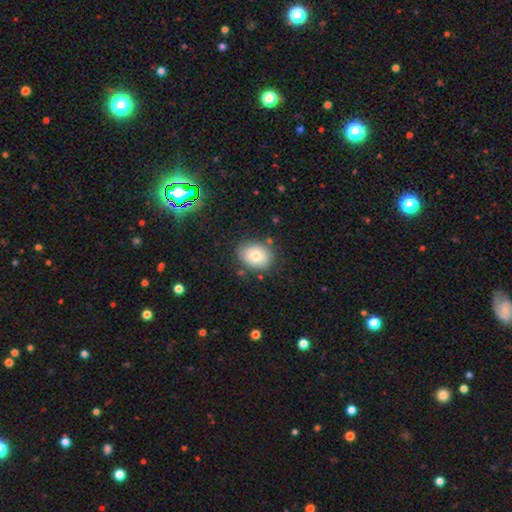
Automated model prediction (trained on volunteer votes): A smooth galaxy with no disk features (77%) that is in between round and cigar-shaped (59%).

Vote fractions:
- Smooth or featured? smooth: 77% / featured or disk: 14% / star or artifact: 9%
- How rounded? in between: 59% / round: 40% / cigar-shaped: 1%
- Merging? none: 79% / minor disturbance: 14% / major disturbance: 4% / merger: 3%